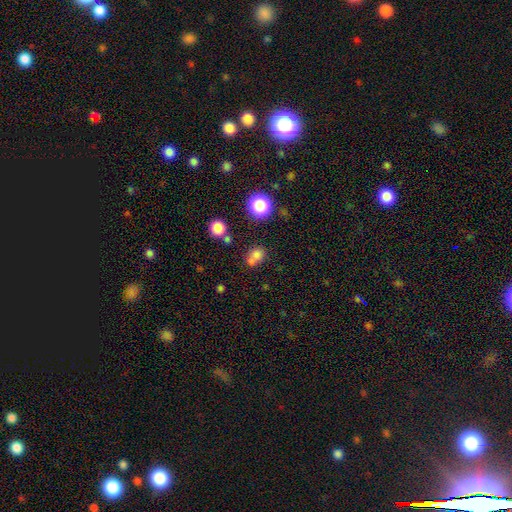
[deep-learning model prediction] A smooth galaxy with no disk features (72%) that is round (72%). Merging: none (45%).